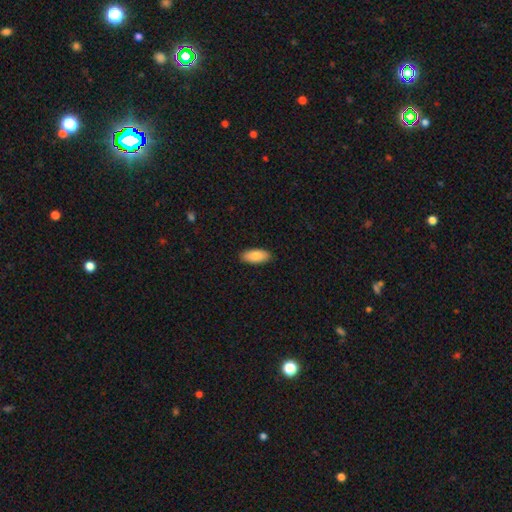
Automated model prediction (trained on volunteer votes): smooth_or_featured: smooth (p=0.87) [alt: featured or disk p=0.07]
how_rounded: in between (p=0.87) [alt: cigar-shaped p=0.11]
merging: none (p=0.90) [alt: minor disturbance p=0.07]